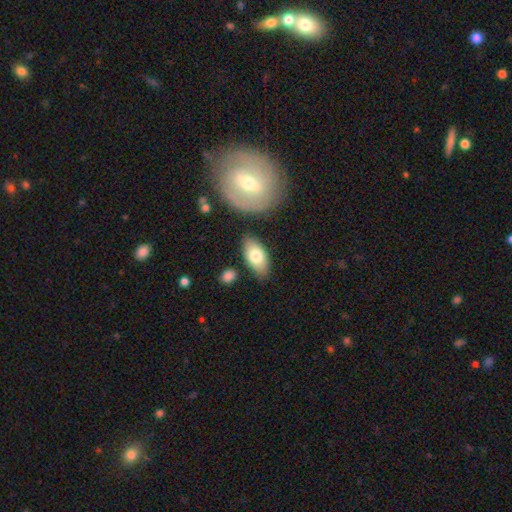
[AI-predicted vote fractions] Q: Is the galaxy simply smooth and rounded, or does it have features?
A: smooth — 75%.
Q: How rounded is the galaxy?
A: in between — 92%.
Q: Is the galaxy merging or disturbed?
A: none — 79%.